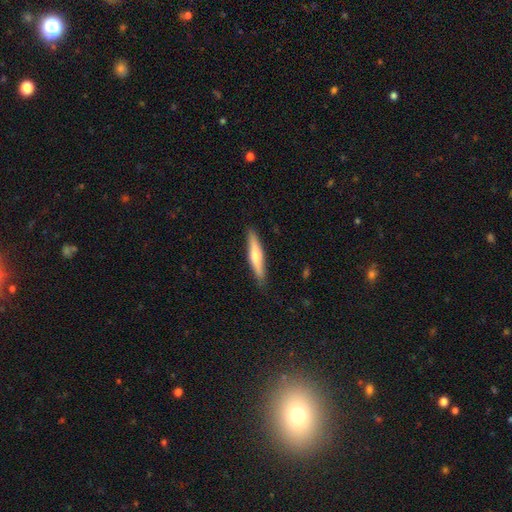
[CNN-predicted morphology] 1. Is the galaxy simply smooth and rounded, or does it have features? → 58% smooth, 37% featured or disk, 5% star or artifact.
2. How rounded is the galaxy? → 88% cigar-shaped, 11% in between, 1% round.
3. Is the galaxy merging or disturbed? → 86% none, 11% minor disturbance, 2% major disturbance, 1% merger.